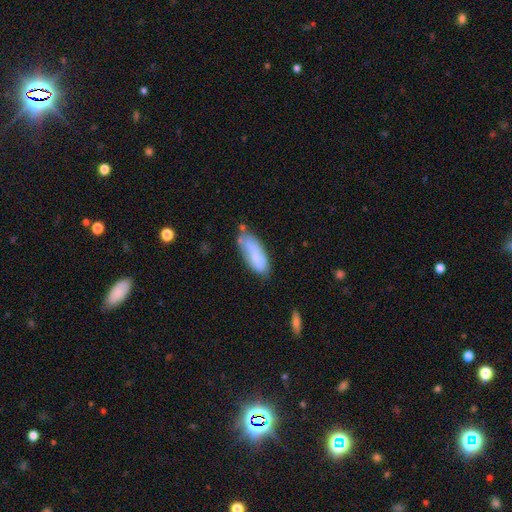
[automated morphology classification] Q: Smooth or featured?
A: smooth (70%); runner-up: featured or disk (23%)
Q: How rounded?
A: in between (75%); runner-up: cigar-shaped (23%)
Q: Merging?
A: none (48%); runner-up: minor disturbance (33%)